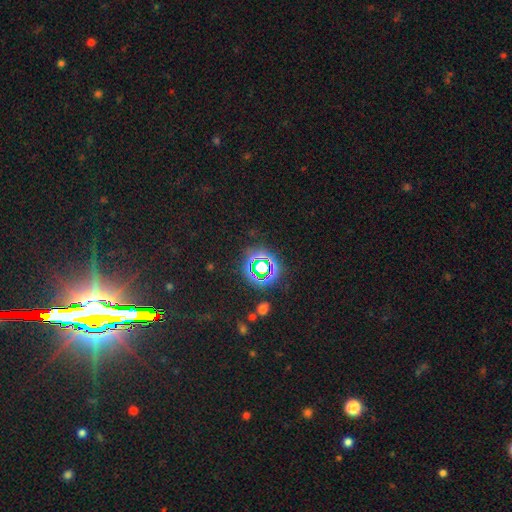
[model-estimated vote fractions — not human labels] smooth_or_featured: star or artifact (p=0.77) [alt: smooth p=0.15]